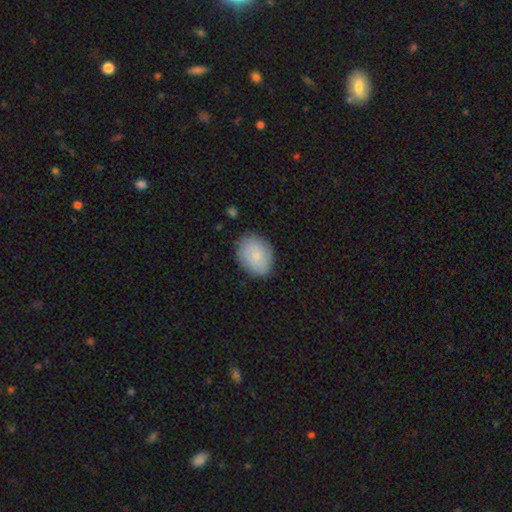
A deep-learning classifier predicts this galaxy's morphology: Smooth or featured?
  - smooth: 80% *
  - featured or disk: 14%
  - star or artifact: 6%
How rounded?
  - in between: 65% *
  - round: 34%
  - cigar-shaped: 1%
Merging?
  - none: 82% *
  - minor disturbance: 14%
  - major disturbance: 3%
  - merger: 1%